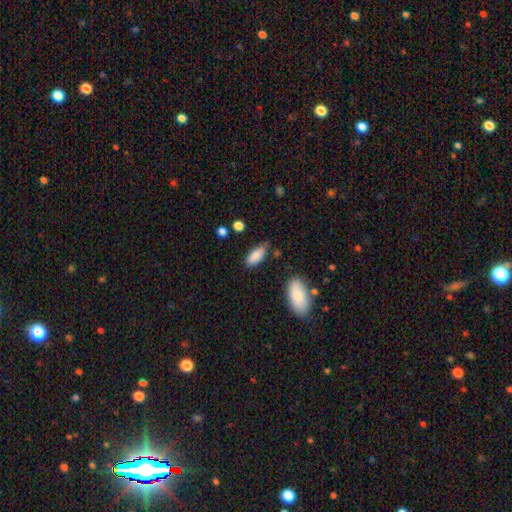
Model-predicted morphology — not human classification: This is clearly a smooth galaxy (85%). How rounded: clearly in between (81%). Merging: likely none (68%).